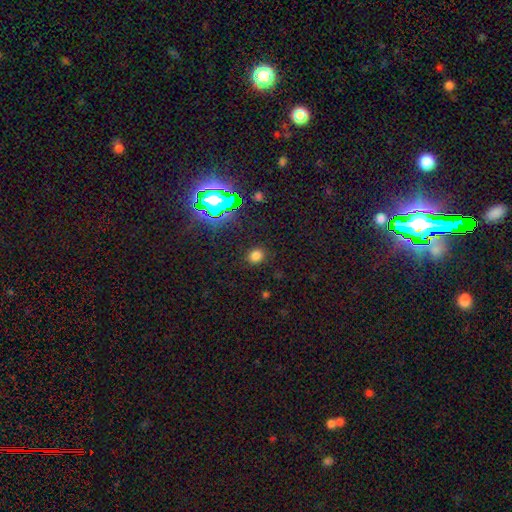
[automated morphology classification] Q: Smooth or featured?
A: smooth (73%); runner-up: star or artifact (21%)
Q: How rounded?
A: round (66%); runner-up: in between (33%)
Q: Merging?
A: none (88%); runner-up: minor disturbance (8%)